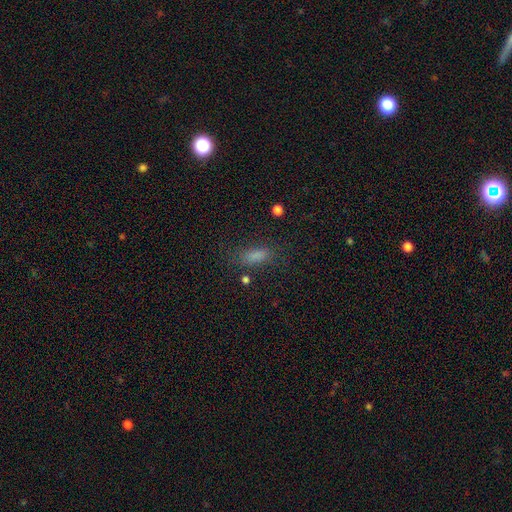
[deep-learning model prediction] Morphology: type=smooth (72%); roundness=in between (64%); merging=none (77%).